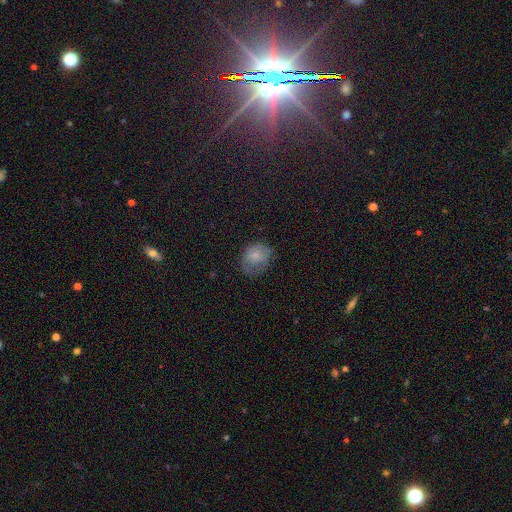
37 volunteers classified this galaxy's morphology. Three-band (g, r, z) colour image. It shows a smooth galaxy with no disk features (84%) that is in between round and cigar-shaped (52%). Merging: none (42%).